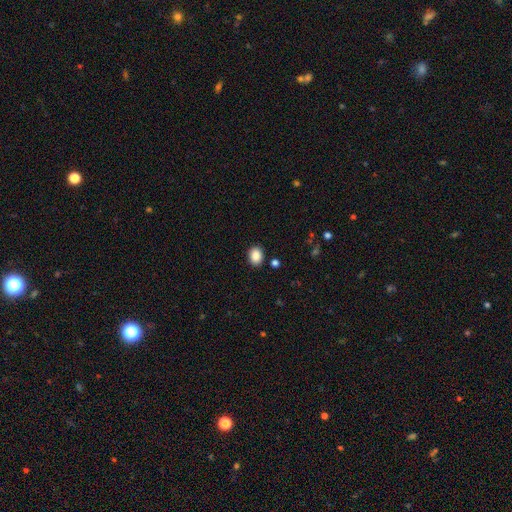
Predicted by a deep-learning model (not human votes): smooth-or-featured: smooth: 88% | star or artifact: 9% | featured or disk: 3%
  how-rounded: in between: 55% | round: 45% | cigar-shaped: 1%
  merging: none: 87% | minor disturbance: 8% | major disturbance: 2% | merger: 2%